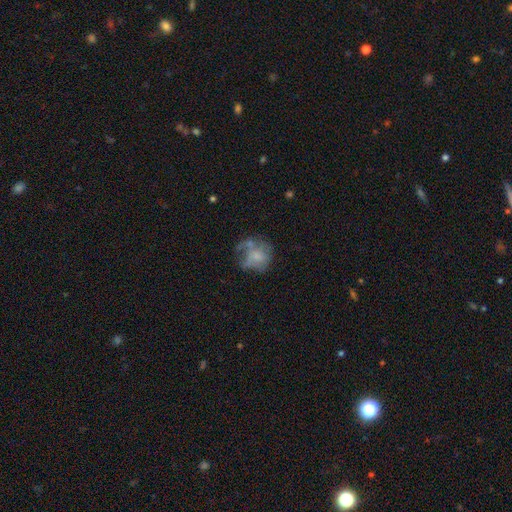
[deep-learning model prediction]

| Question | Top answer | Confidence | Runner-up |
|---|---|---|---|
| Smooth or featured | smooth | 46% | featured or disk (43%) |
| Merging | none | 39% | major disturbance (32%) |